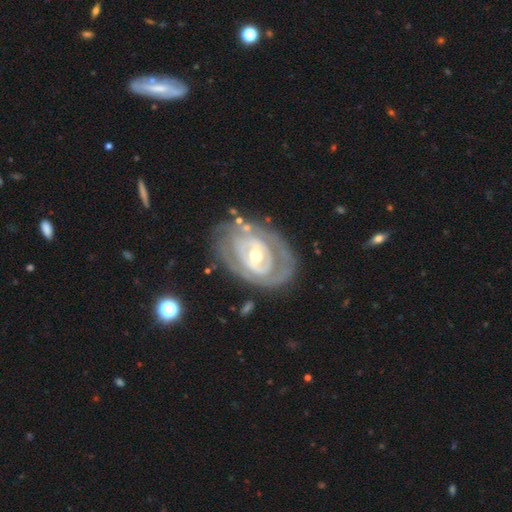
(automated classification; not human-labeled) Smooth or featured? Predicted: featured or disk (p=0.82). Edge-on disk? Predicted: no (p=0.95). Bar? Predicted: no (p=0.42). Spiral arms? Predicted: yes (p=0.63). Bulge size? Predicted: moderate (p=0.64). Merging? Predicted: none (p=0.70).